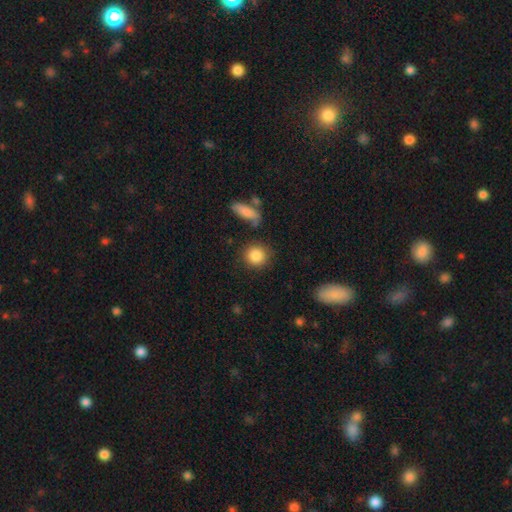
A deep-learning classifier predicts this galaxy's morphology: smooth_or_featured: smooth (p=0.87) [alt: star or artifact p=0.08]
how_rounded: round (p=0.86) [alt: in between p=0.13]
merging: none (p=0.81) [alt: minor disturbance p=0.11]